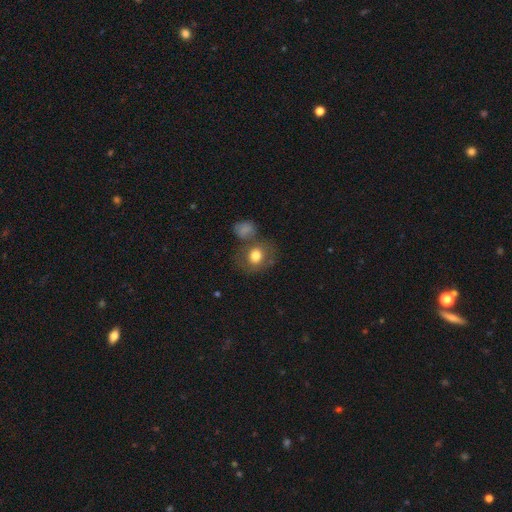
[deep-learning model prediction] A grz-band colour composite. It shows a smooth galaxy with no disk features (75%) that is round (61%). Merging: none (60%).